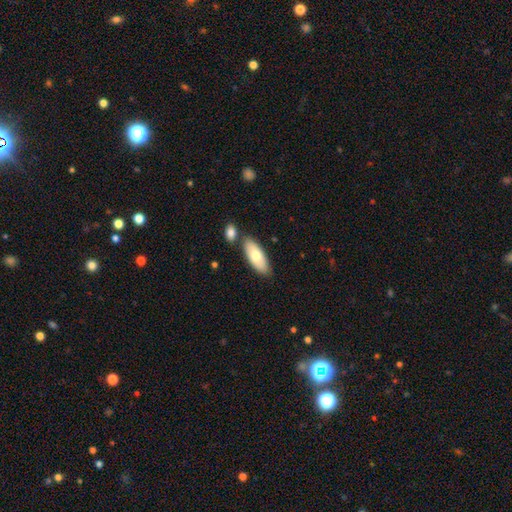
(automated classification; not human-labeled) Smooth or featured? smooth (71%)
How rounded? in between (80%)
Merging? none (75%)